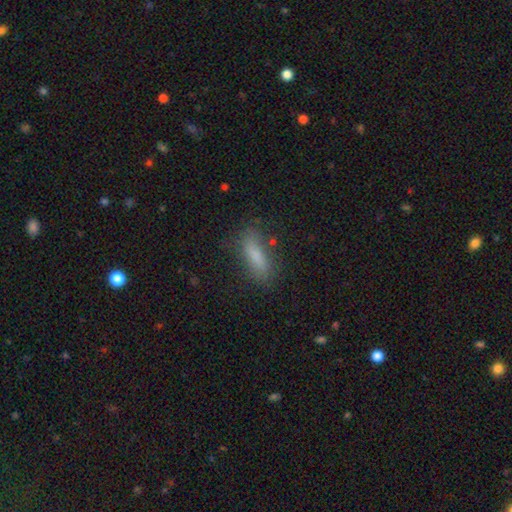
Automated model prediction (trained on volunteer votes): The model was most divided on "how rounded": cigar-shaped: 52%, in between: 46%, round: 2%. More confident: smooth or featured — smooth (78%); merging — none (77%).